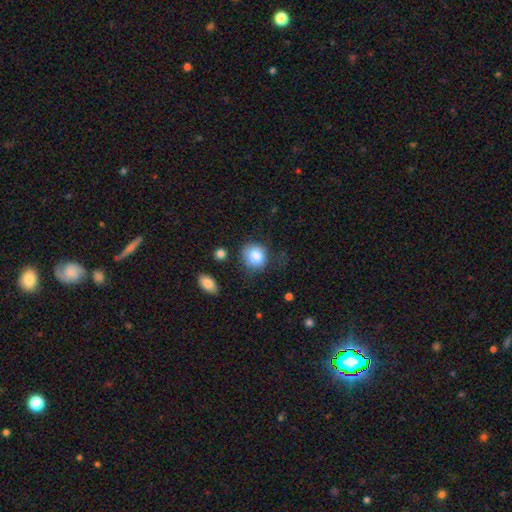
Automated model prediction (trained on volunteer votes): smooth_or_featured: smooth (p=0.83) [alt: featured or disk p=0.09]
how_rounded: round (p=0.73) [alt: in between p=0.26]
merging: none (p=0.62) [alt: minor disturbance p=0.24]